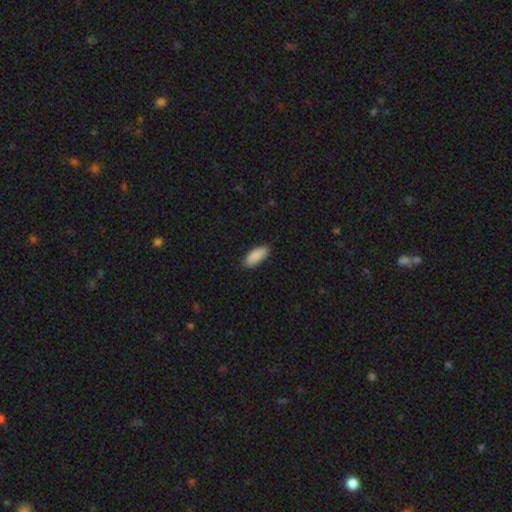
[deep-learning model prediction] smooth_or_featured: smooth (p=0.90) [alt: star or artifact p=0.06]
how_rounded: in between (p=0.80) [alt: cigar-shaped p=0.19]
merging: none (p=0.87) [alt: minor disturbance p=0.10]